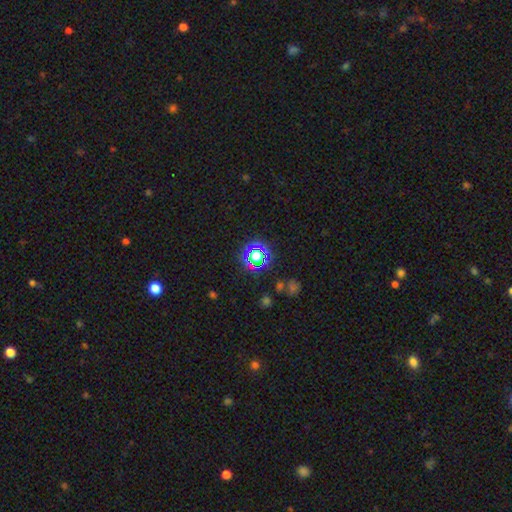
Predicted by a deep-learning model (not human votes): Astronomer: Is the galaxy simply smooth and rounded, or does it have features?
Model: star or artifact — 60%.